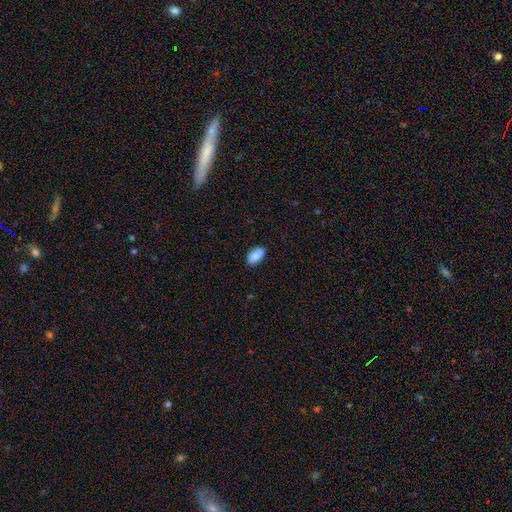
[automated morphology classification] Overall: smooth (86%). How rounded: in between (94%). Merging: none (82%).